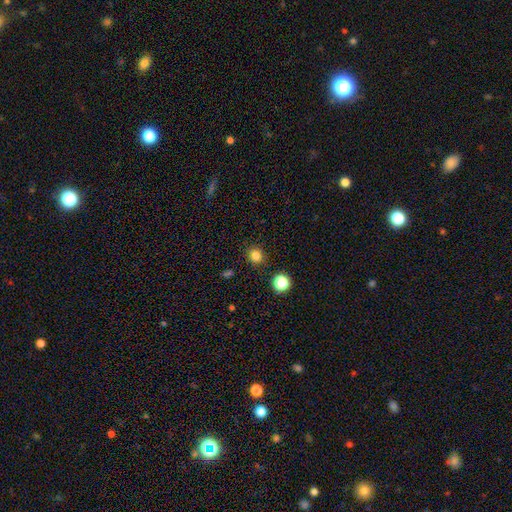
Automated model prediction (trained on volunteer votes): The model was most divided on "smooth or featured": smooth: 82%, star or artifact: 14%, featured or disk: 4%. More confident: merging — none (89%); how rounded — round (84%).